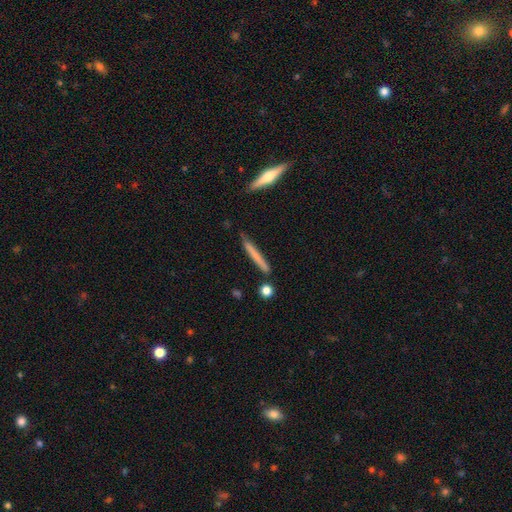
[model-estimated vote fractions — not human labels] Smooth or featured? smooth (63%)
How rounded? cigar-shaped (96%)
Merging? none (84%)